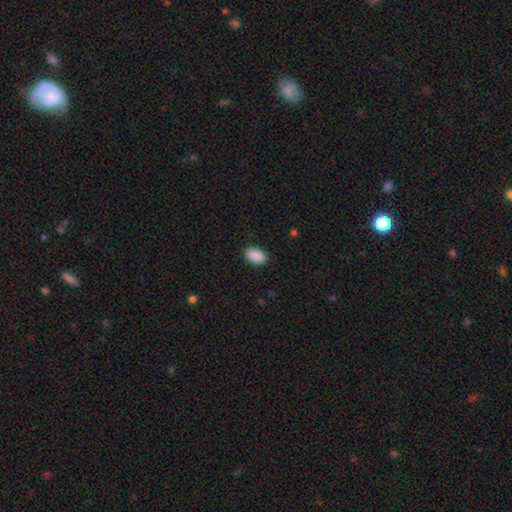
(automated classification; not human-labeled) Smooth or featured? smooth (91%)
How rounded? in between (91%)
Merging? none (87%)